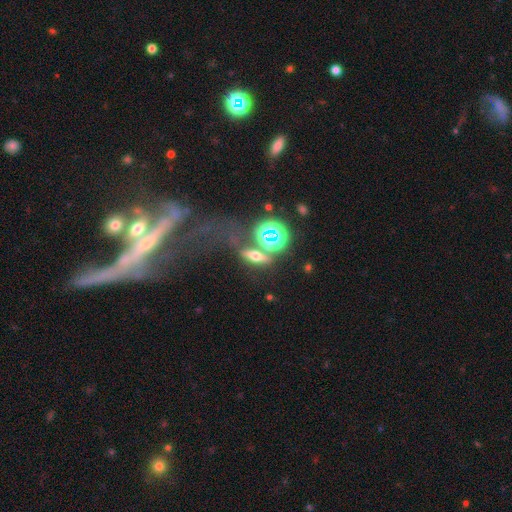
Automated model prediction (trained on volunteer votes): A smooth galaxy with no disk features (38%). Merging: none (62%).